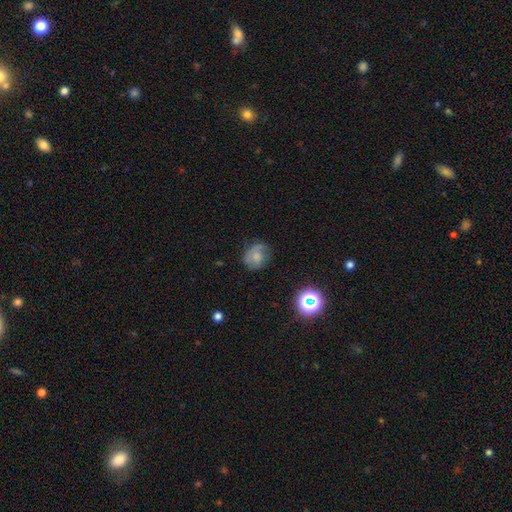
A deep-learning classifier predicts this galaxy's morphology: type=smooth (62%); roundness=round (57%); merging=none (55%).